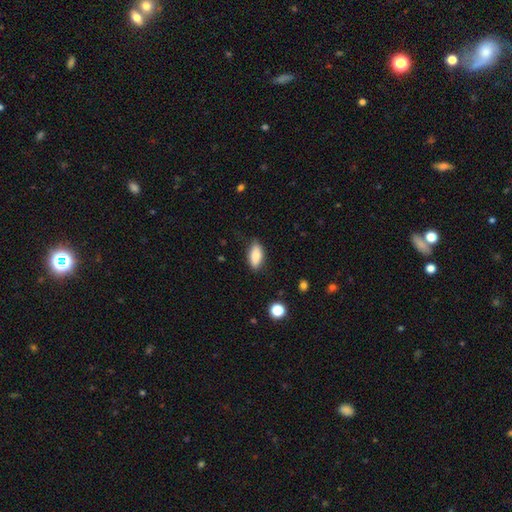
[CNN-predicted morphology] smooth-or-featured: smooth: 83% | featured or disk: 10% | star or artifact: 7%
  how-rounded: in between: 84% | cigar-shaped: 13% | round: 3%
  merging: none: 80% | minor disturbance: 16% | major disturbance: 3% | merger: 1%